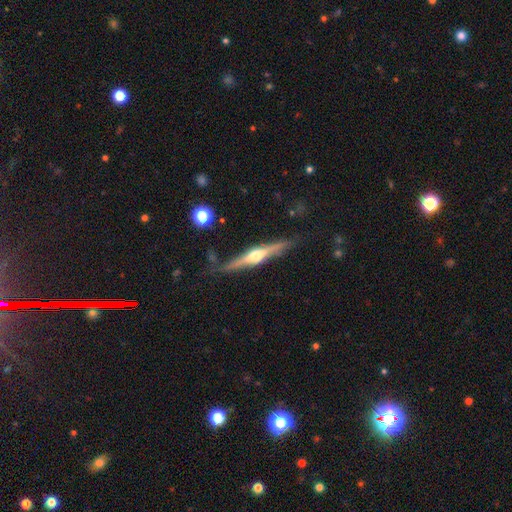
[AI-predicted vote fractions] Morphology: type=featured or disk (77%); edge-on=yes (97%); edge-on bulge=rounded (92%); merging=none (82%).